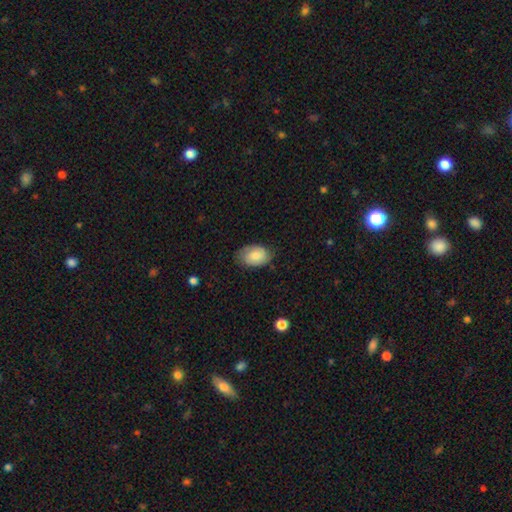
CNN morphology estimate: Overall: smooth (79%). How rounded: in between (88%). Merging: none (71%).